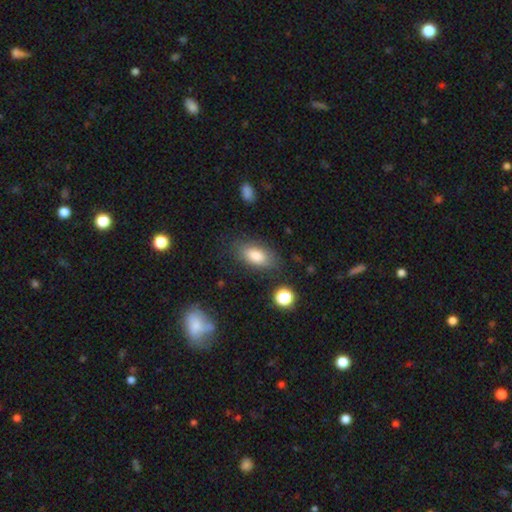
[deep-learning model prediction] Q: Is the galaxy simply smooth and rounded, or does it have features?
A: smooth — 81%.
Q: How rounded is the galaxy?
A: in between — 89%.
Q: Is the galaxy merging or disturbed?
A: none — 80%.